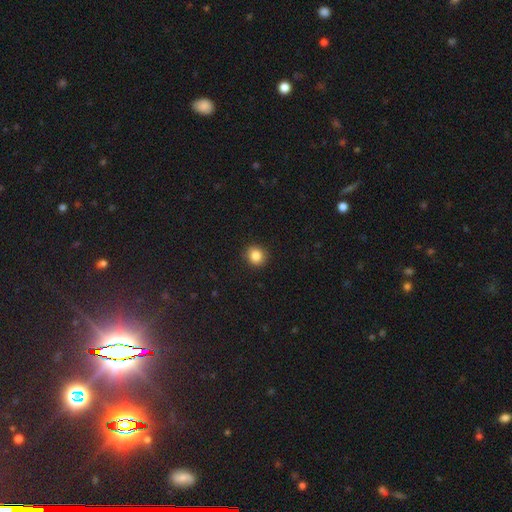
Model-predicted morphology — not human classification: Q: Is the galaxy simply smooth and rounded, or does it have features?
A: smooth — 85%.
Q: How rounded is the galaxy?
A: round — 87%.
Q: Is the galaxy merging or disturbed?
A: none — 90%.